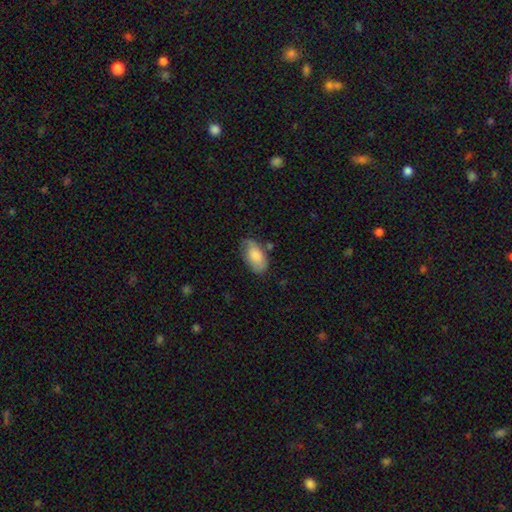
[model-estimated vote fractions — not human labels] Smooth or featured: smooth — 78% (featured or disk — 15%)
How rounded: in between — 94% (round — 4%)
Merging: none — 61% (minor disturbance — 28%)